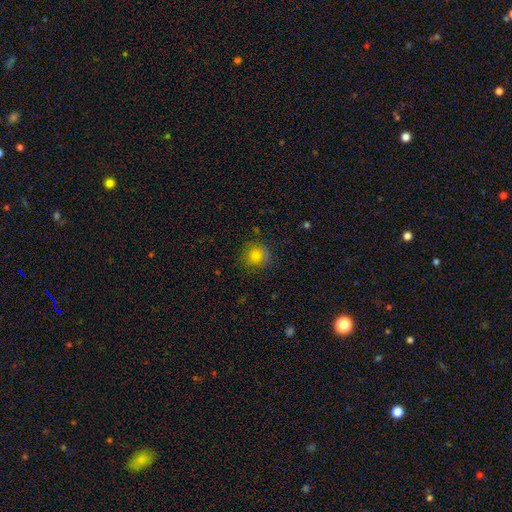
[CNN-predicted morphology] smooth_or_featured: smooth (p=0.77) [alt: star or artifact p=0.13]
how_rounded: round (p=0.89) [alt: in between p=0.10]
merging: none (p=0.76) [alt: minor disturbance p=0.16]